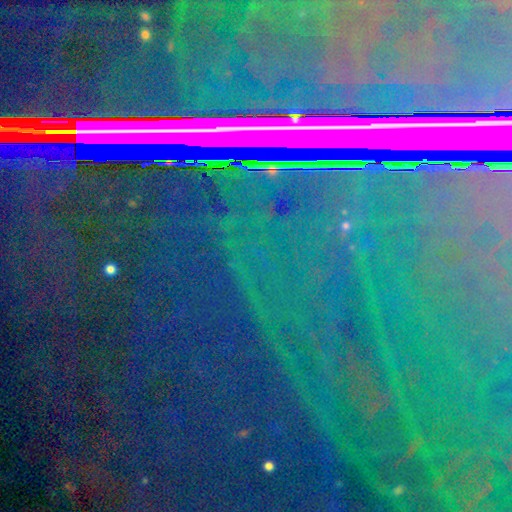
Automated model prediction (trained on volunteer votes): A star or artifact, not a galaxy (88%).